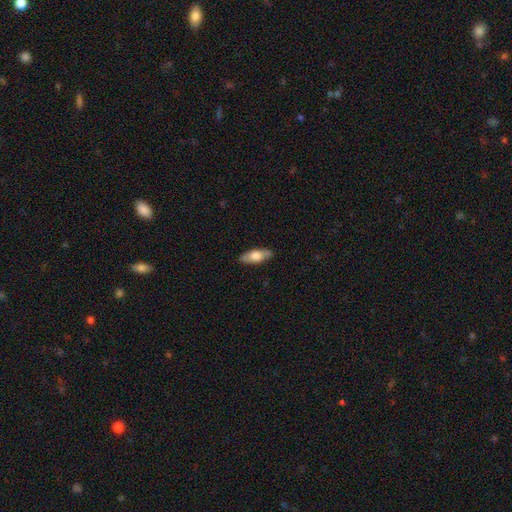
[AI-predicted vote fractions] Morphology: type=smooth (66%); roundness=in between (71%); merging=none (88%).